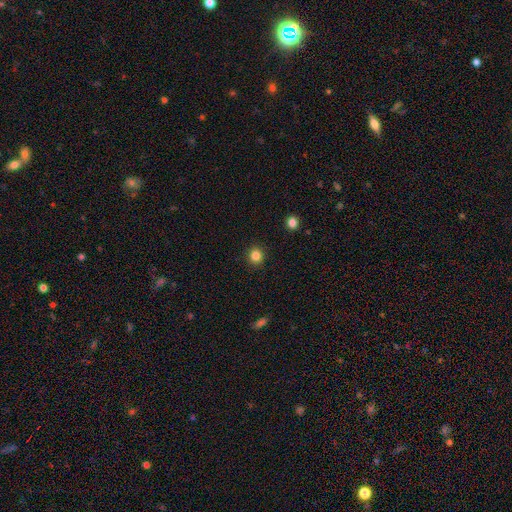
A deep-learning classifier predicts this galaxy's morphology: type=smooth (84%); roundness=round (88%); merging=none (91%).